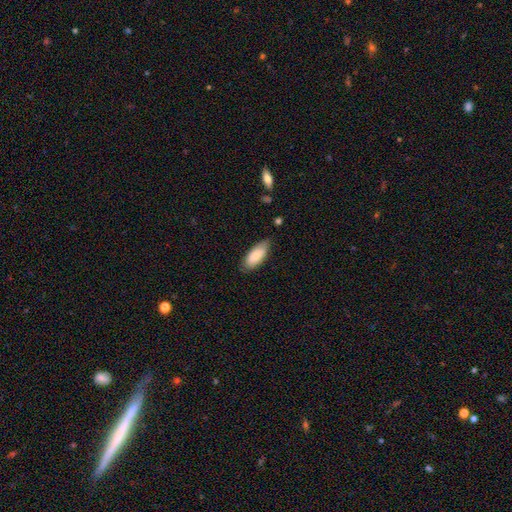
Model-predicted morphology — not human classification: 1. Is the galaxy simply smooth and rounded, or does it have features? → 80% smooth, 13% featured or disk, 6% star or artifact.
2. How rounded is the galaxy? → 83% in between, 16% cigar-shaped, 2% round.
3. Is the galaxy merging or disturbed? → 76% none, 19% minor disturbance, 3% major disturbance, 1% merger.